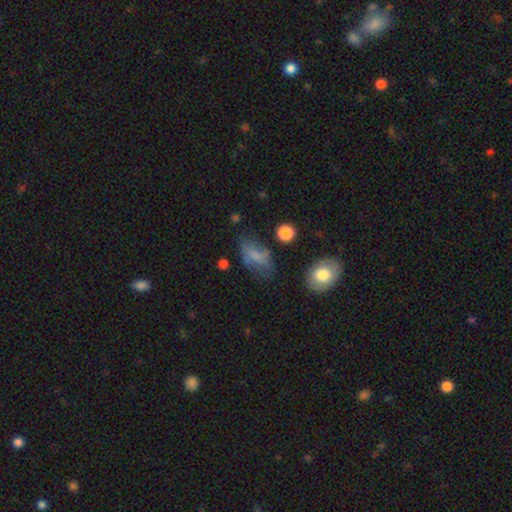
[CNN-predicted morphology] Q: Smooth or featured?
A: smooth (64%); runner-up: featured or disk (25%)
Q: How rounded?
A: in between (87%); runner-up: round (7%)
Q: Merging?
A: none (51%); runner-up: minor disturbance (28%)